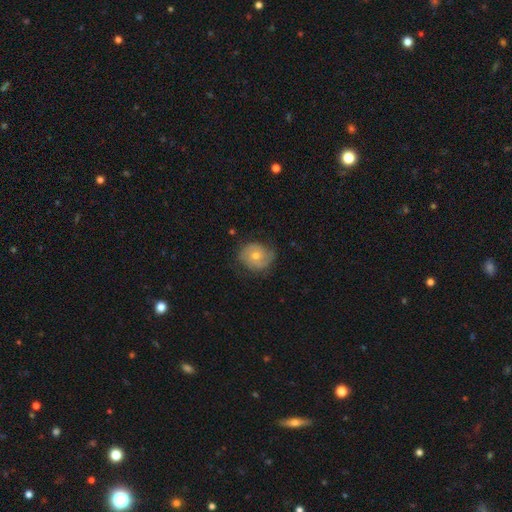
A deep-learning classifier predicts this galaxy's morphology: Smooth or featured? featured or disk (63%)
Edge-on disk? no (97%)
Bar? no (76%)
Spiral arms? yes (87%)
Spiral winding? tight (55%)
Spiral arm count? 2 (56%)
Bulge size? moderate (56%)
Merging? none (72%)